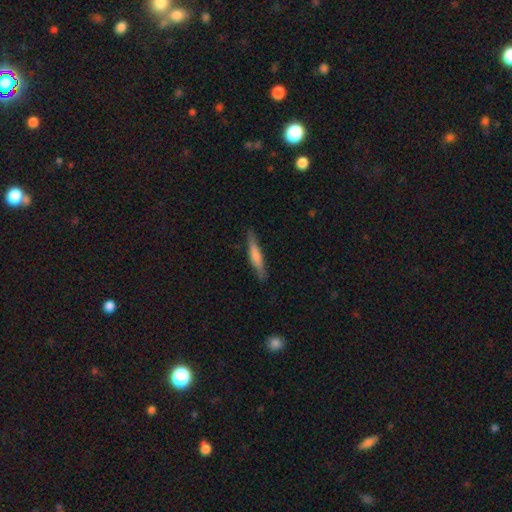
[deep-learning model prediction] This appears to be a smooth galaxy with no disk features (59%) that is cigar-shaped (89%). Merging: none (85%).